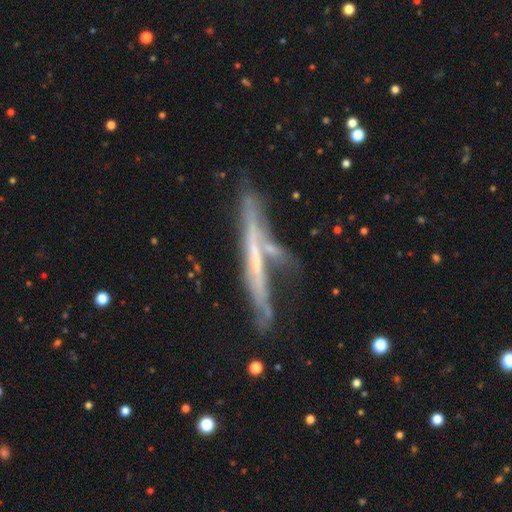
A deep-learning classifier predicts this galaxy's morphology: Smooth or featured: featured or disk — 67% (smooth — 26%)
Edge-on disk: yes — 88% (no — 12%)
Edge-on bulge: none — 78% (rounded — 16%)
Merging: none — 55% (minor disturbance — 19%)